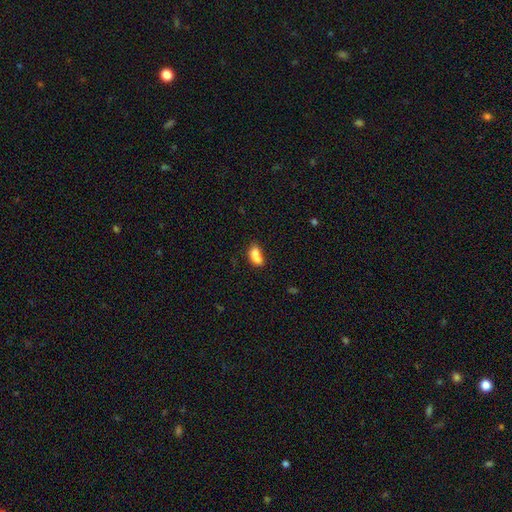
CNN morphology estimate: type=smooth (74%); roundness=in between (76%); merging=merger (57%).